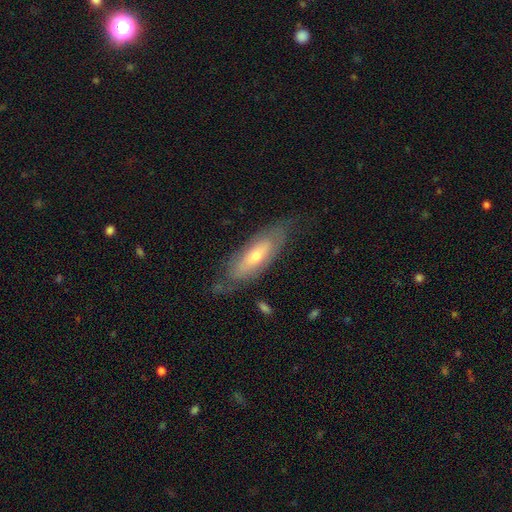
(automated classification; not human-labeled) Smooth or featured?
  - featured or disk: 54% *
  - smooth: 39%
  - star or artifact: 6%
Edge-on disk?
  - no: 71% *
  - yes: 29%
Merging?
  - none: 69% *
  - minor disturbance: 21%
  - major disturbance: 8%
  - merger: 2%